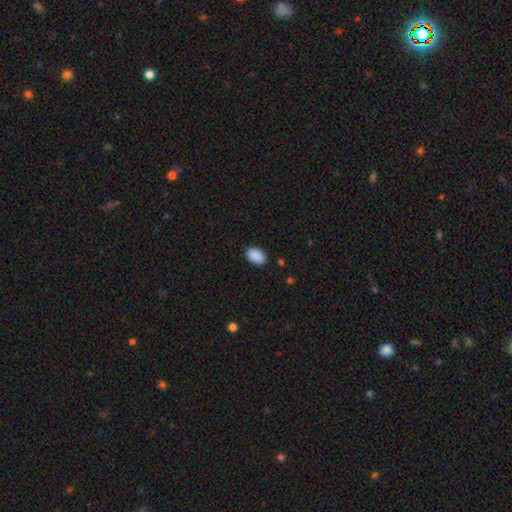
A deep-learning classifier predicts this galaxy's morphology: Overall: smooth (90%). How rounded: in between (90%). Merging: none (87%).